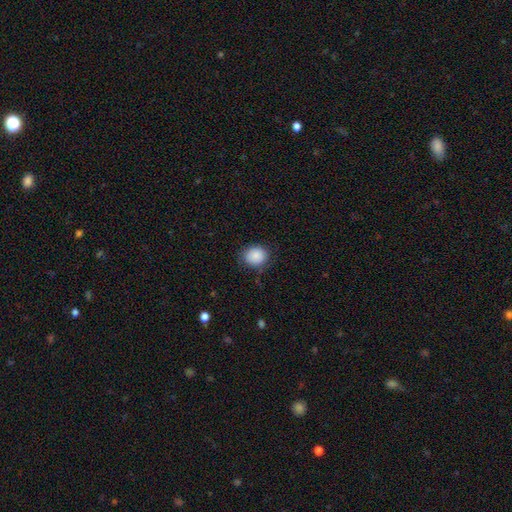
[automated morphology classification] Smooth or featured? smooth (87%)
How rounded? round (73%)
Merging? none (80%)